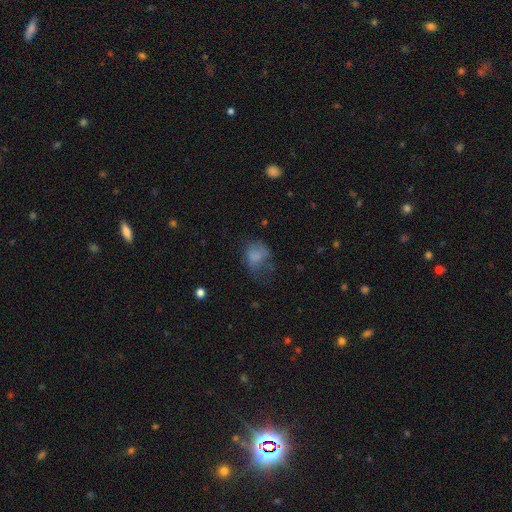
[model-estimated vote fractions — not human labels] Q: Smooth or featured?
A: smooth (69%); runner-up: featured or disk (18%)
Q: How rounded?
A: in between (52%); runner-up: round (47%)
Q: Merging?
A: major disturbance (36%); runner-up: none (34%)